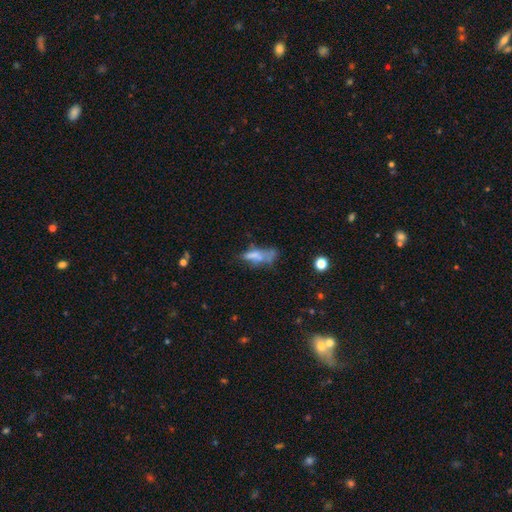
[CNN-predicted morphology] A smooth galaxy with no disk features (53%) that is in between round and cigar-shaped (62%). Merging: major disturbance (31%).